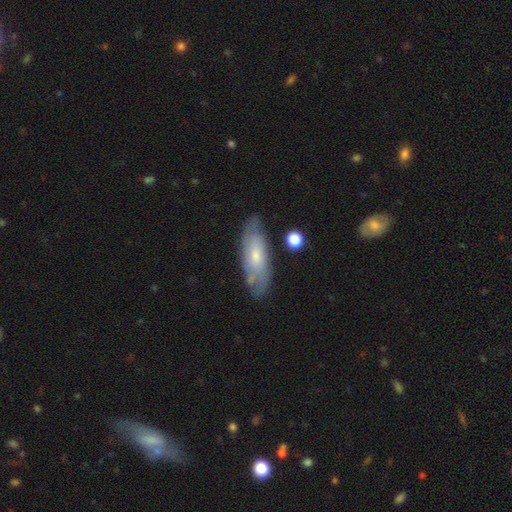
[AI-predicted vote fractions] Smooth or featured? featured or disk (55%)
Edge-on disk? no (78%)
Merging? none (75%)